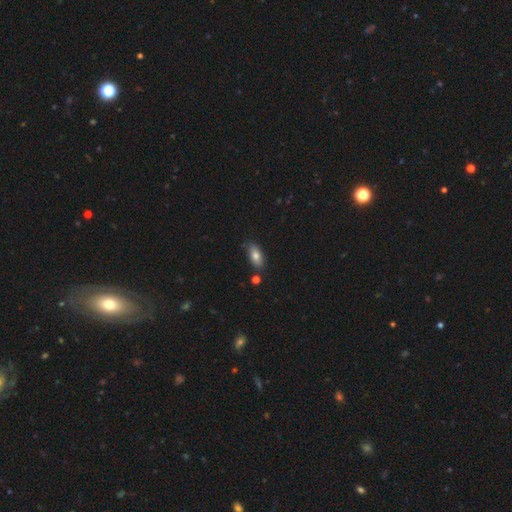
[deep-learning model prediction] Smooth or featured? smooth (78%)
How rounded? in between (88%)
Merging? none (78%)